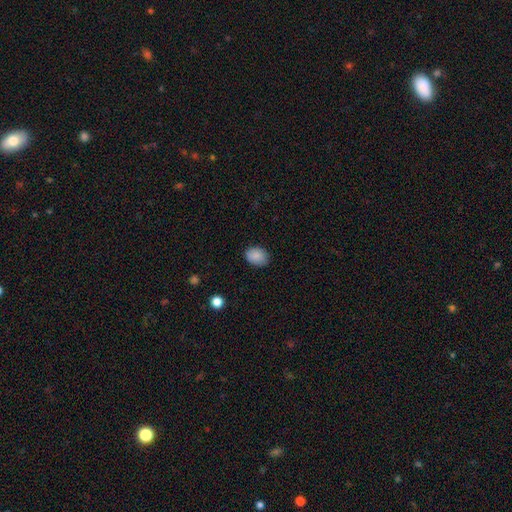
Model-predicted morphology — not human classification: This is clearly a smooth galaxy (88%). How rounded: likely in between (71%). Merging: clearly none (84%).